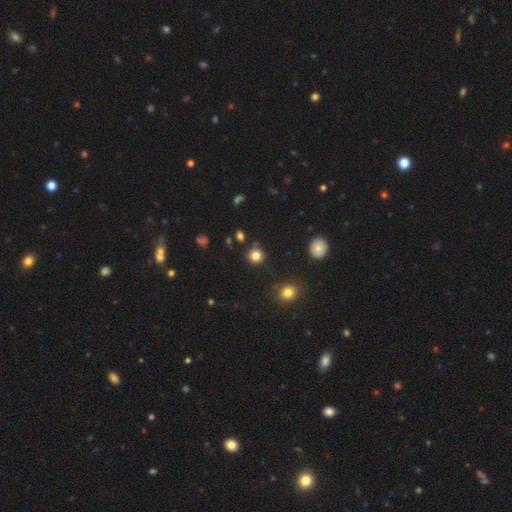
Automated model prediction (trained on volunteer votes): This is clearly a smooth galaxy (82%). How rounded: clearly round (91%). Merging: clearly none (84%).